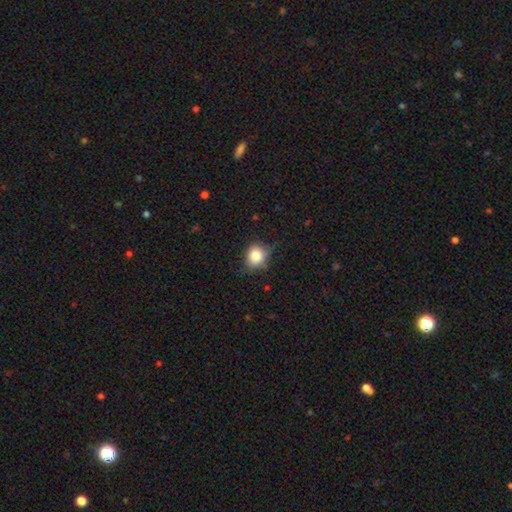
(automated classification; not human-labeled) Smooth or featured? Predicted: smooth (p=0.82). How rounded? Predicted: round (p=0.70). Merging? Predicted: none (p=0.68).